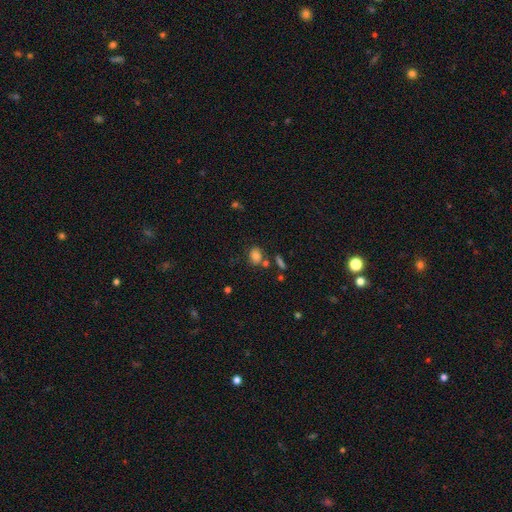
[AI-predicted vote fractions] This is likely a smooth galaxy (75%). How rounded: possibly in between (55%). Merging: likely none (61%).